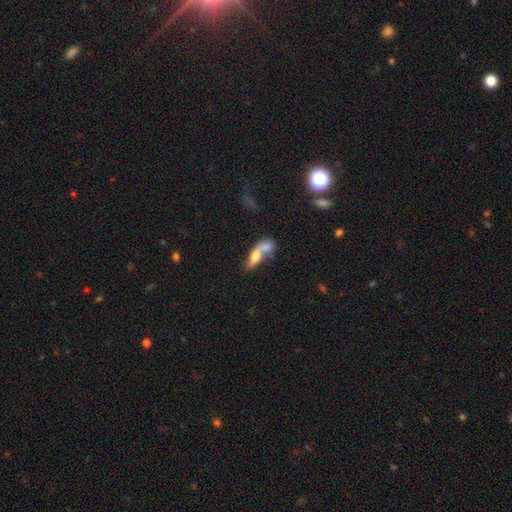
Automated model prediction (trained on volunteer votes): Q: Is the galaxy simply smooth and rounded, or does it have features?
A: smooth — 58%.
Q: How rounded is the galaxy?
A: in between — 58%.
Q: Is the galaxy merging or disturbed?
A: merger — 62%.